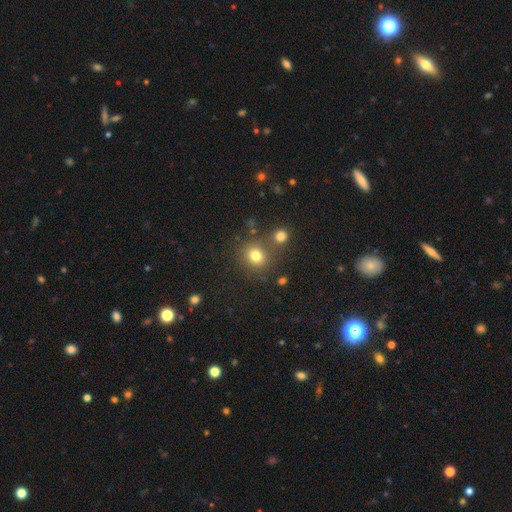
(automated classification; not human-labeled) smooth_or_featured: smooth (p=0.77) [alt: star or artifact p=0.15]
how_rounded: round (p=0.84) [alt: in between p=0.15]
merging: none (p=0.72) [alt: merger p=0.15]